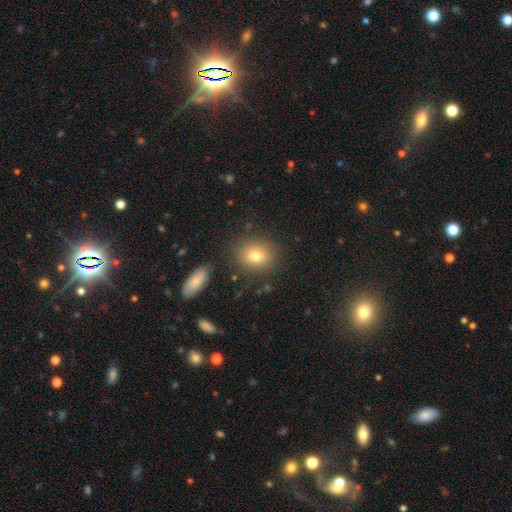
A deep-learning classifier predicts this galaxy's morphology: A smooth galaxy with no disk features (77%) that is round (64%).

Vote fractions:
- Smooth or featured? smooth: 77% / featured or disk: 12% / star or artifact: 11%
- How rounded? round: 64% / in between: 35% / cigar-shaped: 1%
- Merging? none: 84% / minor disturbance: 9% / merger: 3% / major disturbance: 3%